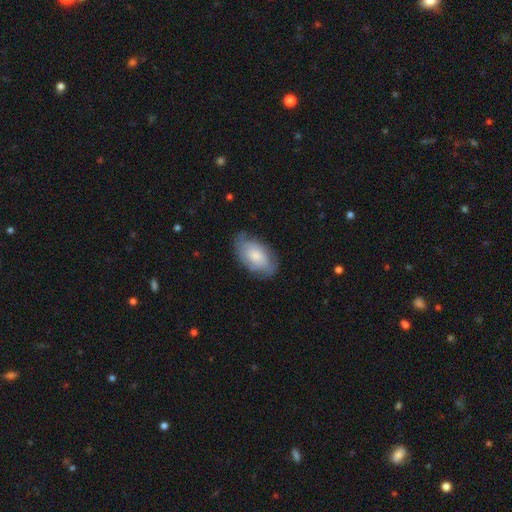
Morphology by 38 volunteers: Smooth or featured?
  - smooth: 68% *
  - featured or disk: 26%
  - star or artifact: 5%
How rounded?
  - in between: 88% *
  - cigar-shaped: 8%
  - round: 4%
Merging?
  - none: 86% *
  - minor disturbance: 14%
  - major disturbance: 0%
  - merger: 0%